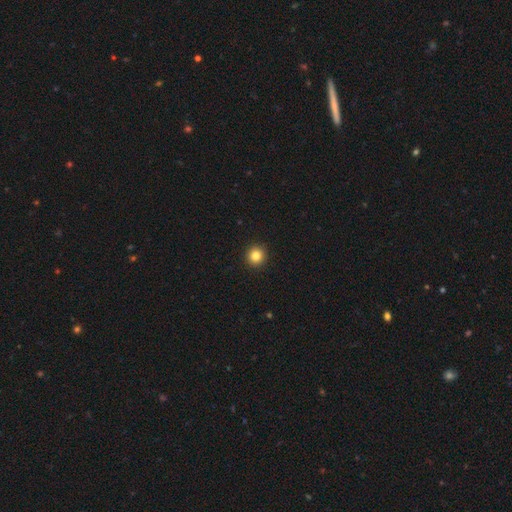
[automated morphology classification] smooth 84%, star or artifact 11%, featured or disk 5%. Down the decision tree: how rounded — round (95%); merging — none (94%).